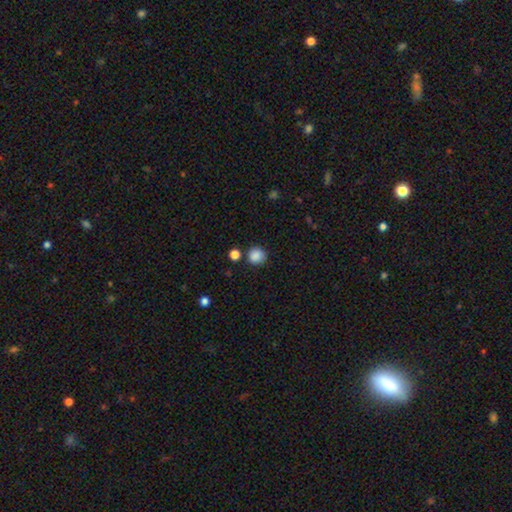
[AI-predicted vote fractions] smooth-or-featured: smooth: 87% | star or artifact: 10% | featured or disk: 3%
  how-rounded: round: 92% | in between: 7% | cigar-shaped: 1%
  merging: none: 83% | minor disturbance: 9% | merger: 5% | major disturbance: 3%